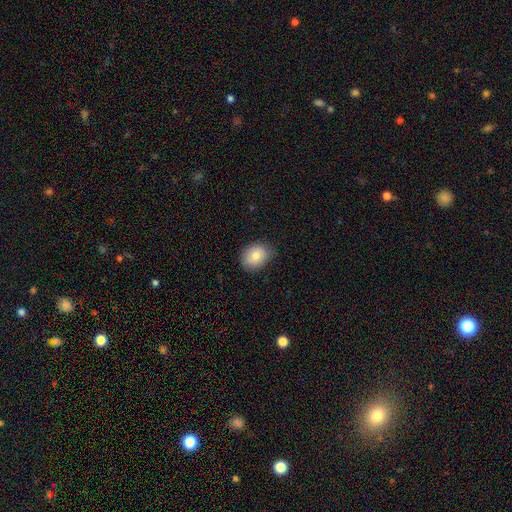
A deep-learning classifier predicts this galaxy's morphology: A smooth galaxy with no disk features (81%) that is in between round and cigar-shaped (61%).

Vote fractions:
- Smooth or featured? smooth: 81% / featured or disk: 11% / star or artifact: 8%
- How rounded? in between: 61% / round: 38% / cigar-shaped: 1%
- Merging? none: 82% / minor disturbance: 14% / major disturbance: 3% / merger: 1%